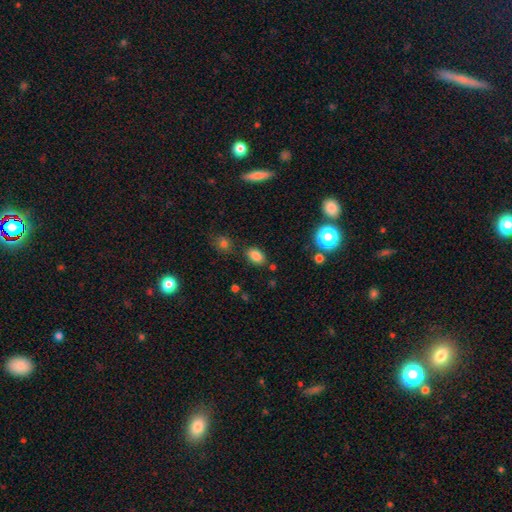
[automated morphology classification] Smooth or featured: smooth — 82% (star or artifact — 13%)
How rounded: in between — 82% (round — 17%)
Merging: none — 80% (minor disturbance — 12%)